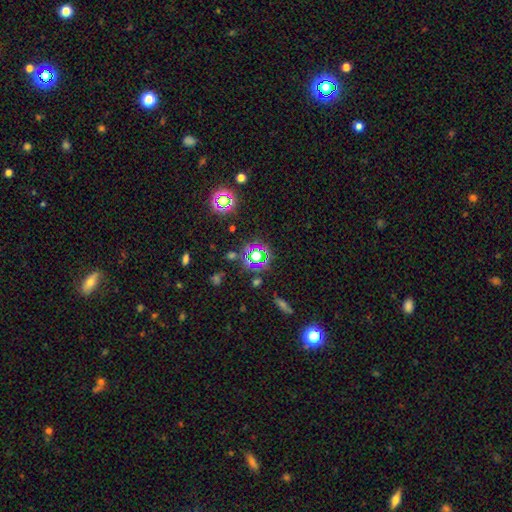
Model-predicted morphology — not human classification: Q: Smooth or featured?
A: star or artifact (63%); runner-up: smooth (27%)